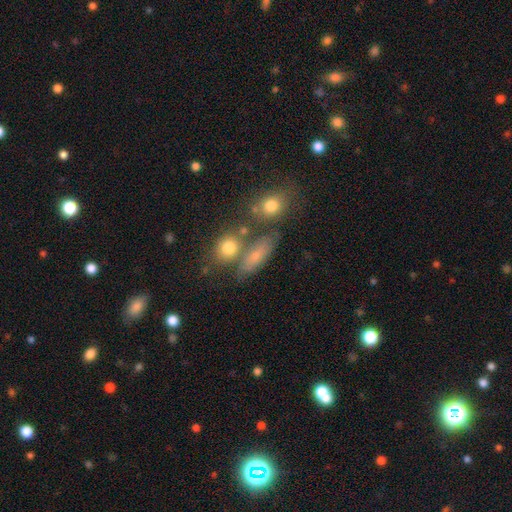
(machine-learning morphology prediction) Overall: smooth (69%). How rounded: in between (54%; round 23%). Merging: none (57%; merger 21%).